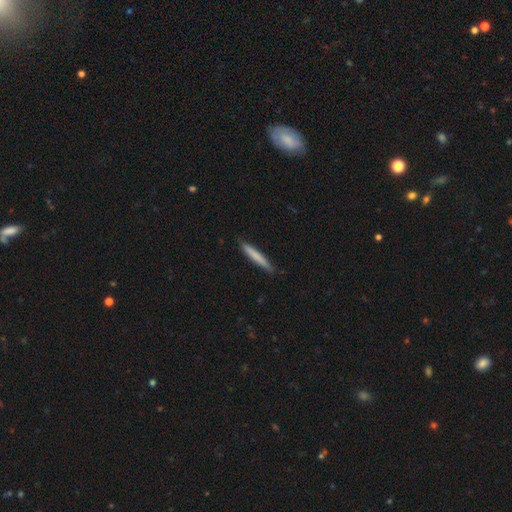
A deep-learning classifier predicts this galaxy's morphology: smooth_or_featured: smooth (p=0.75) [alt: featured or disk p=0.20]
how_rounded: cigar-shaped (p=0.95) [alt: in between p=0.03]
merging: none (p=0.88) [alt: minor disturbance p=0.09]